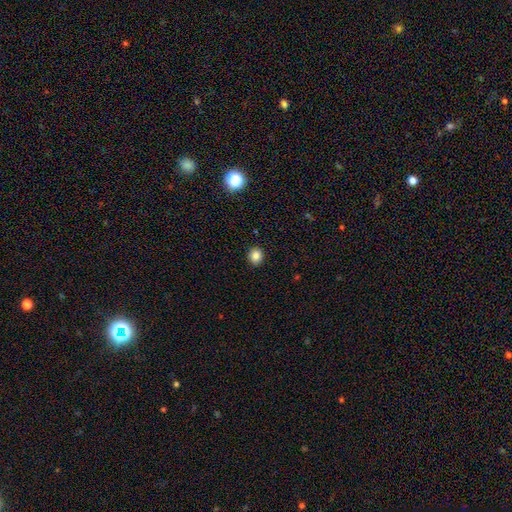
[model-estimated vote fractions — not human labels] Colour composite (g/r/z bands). It shows a smooth galaxy with no disk features (83%) that is round (80%). Merging: none (91%).